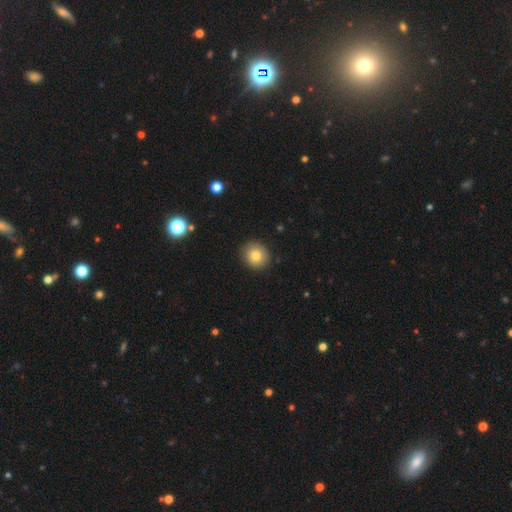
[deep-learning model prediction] The model was most divided on "smooth or featured": smooth: 80%, star or artifact: 10%, featured or disk: 10%. More confident: merging — none (89%); how rounded — round (89%).